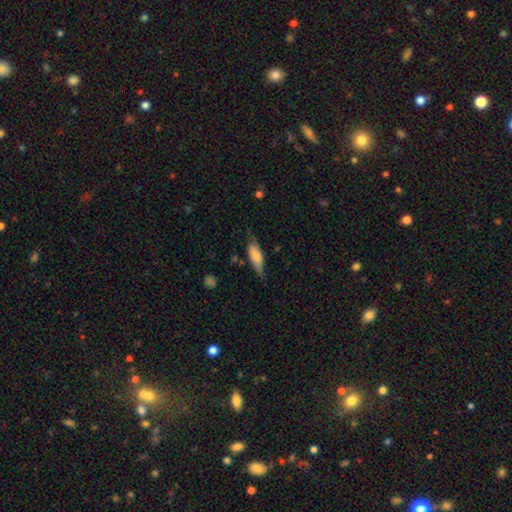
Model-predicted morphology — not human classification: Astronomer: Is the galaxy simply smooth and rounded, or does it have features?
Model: smooth — 66%.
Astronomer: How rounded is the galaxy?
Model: in between — 65%.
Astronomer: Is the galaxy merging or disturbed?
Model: none — 59%.